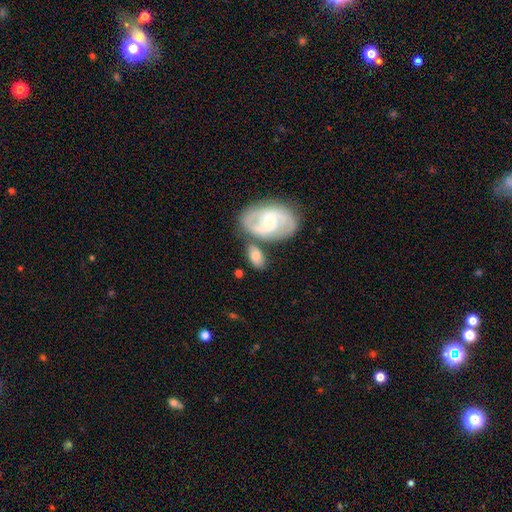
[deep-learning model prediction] This appears to be a smooth galaxy with no disk features (49%). Merging: none (55%).